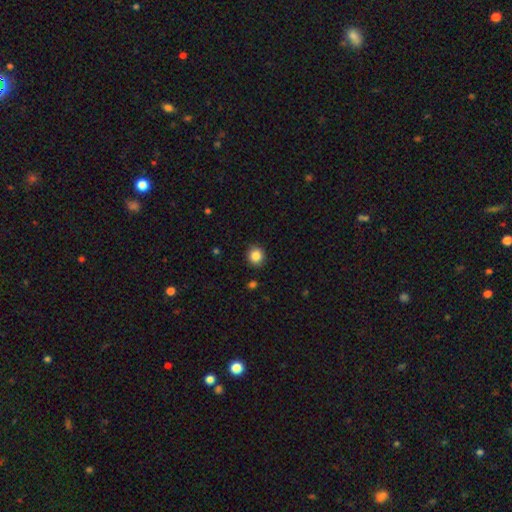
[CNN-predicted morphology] The model was most divided on "how rounded": round: 87%, in between: 12%, cigar-shaped: 1%. More confident: merging — none (90%); smooth or featured — smooth (86%).